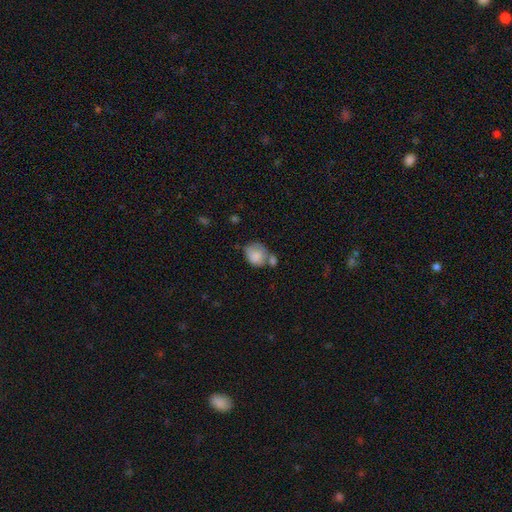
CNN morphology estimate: Smooth or featured? Predicted: smooth (p=0.81). How rounded? Predicted: round (p=0.57). Merging? Predicted: none (p=0.37).